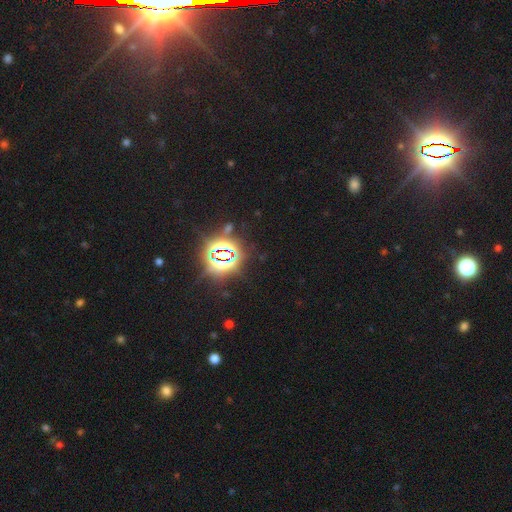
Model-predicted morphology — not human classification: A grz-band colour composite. It shows a star or artifact, not a galaxy (83%).